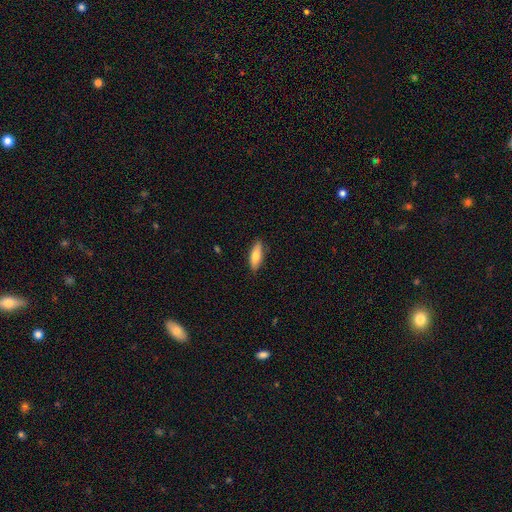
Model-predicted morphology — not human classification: smooth_or_featured: smooth (p=0.76) [alt: featured or disk p=0.18]
how_rounded: in between (p=0.61) [alt: cigar-shaped p=0.37]
merging: none (p=0.85) [alt: minor disturbance p=0.12]